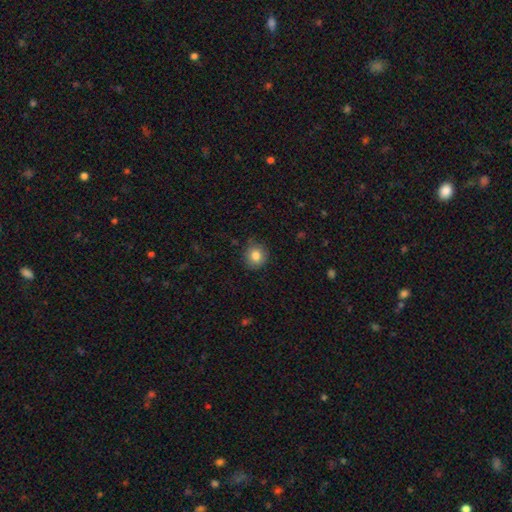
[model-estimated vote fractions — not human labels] Q: Smooth or featured?
A: smooth (82%); runner-up: star or artifact (9%)
Q: How rounded?
A: round (87%); runner-up: in between (12%)
Q: Merging?
A: none (84%); runner-up: minor disturbance (13%)